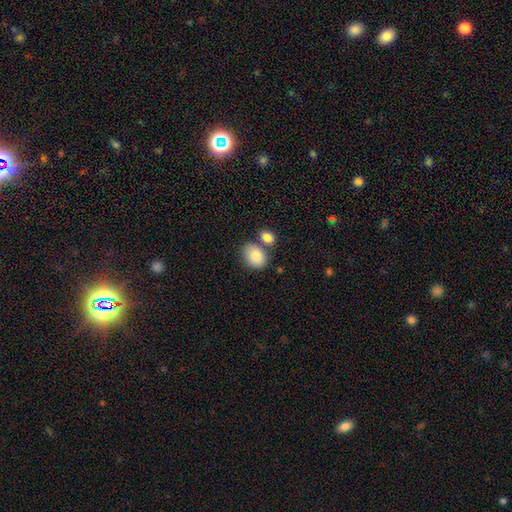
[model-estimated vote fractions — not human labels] smooth-or-featured: smooth: 85% | featured or disk: 8% | star or artifact: 7%
  how-rounded: in between: 73% | round: 26% | cigar-shaped: 1%
  merging: none: 56% | merger: 26% | minor disturbance: 13% | major disturbance: 4%